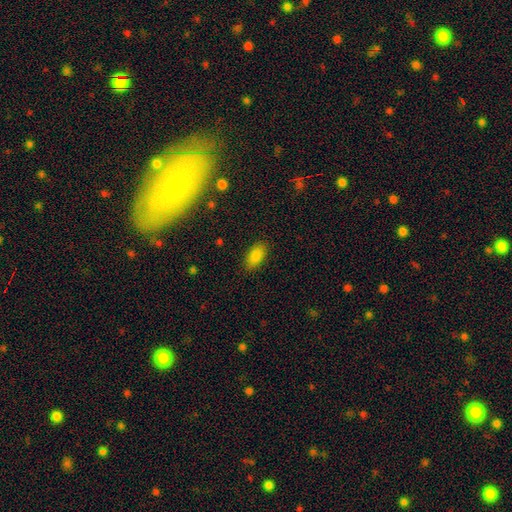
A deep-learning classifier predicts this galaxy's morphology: A smooth galaxy with no disk features (86%) that is in between round and cigar-shaped (92%). Merging: none (87%).